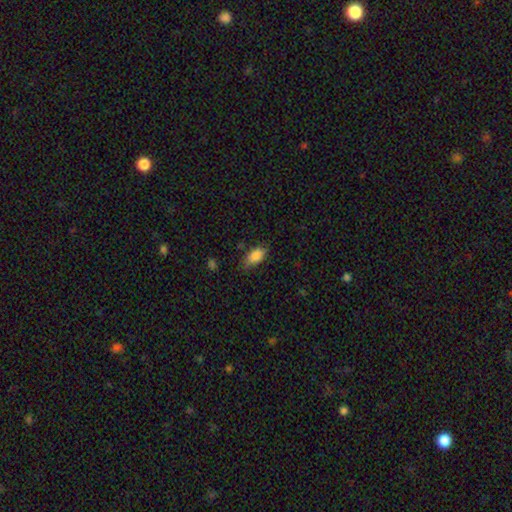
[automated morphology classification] Overall: smooth (85%). How rounded: in between (90%). Merging: none (72%).